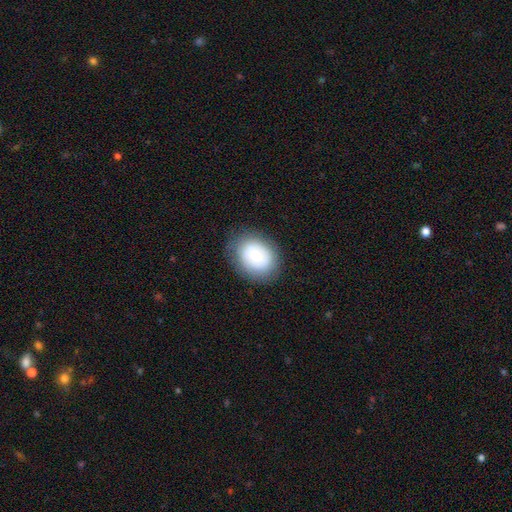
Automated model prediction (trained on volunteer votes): Morphology: type=smooth (66%); roundness=round (53%); merging=none (80%).